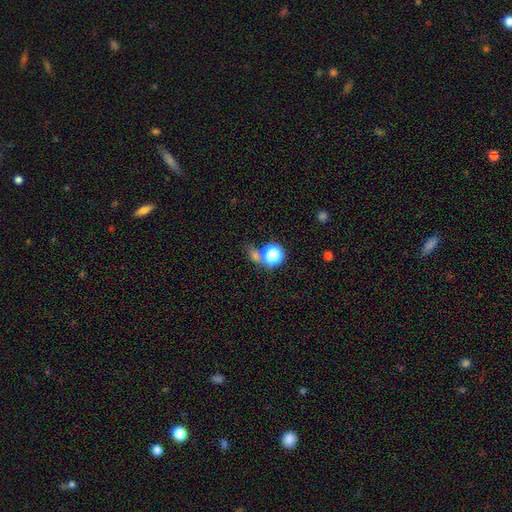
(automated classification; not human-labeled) Overall: smooth (56%; star or artifact 35%). How rounded: round (68%; in between 29%). Merging: none (57%; merger 23%).